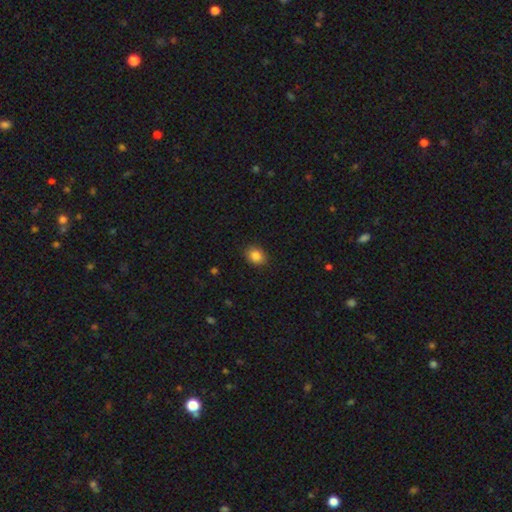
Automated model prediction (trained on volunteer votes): Q: Smooth or featured?
A: smooth (85%); runner-up: star or artifact (10%)
Q: How rounded?
A: round (50%); runner-up: in between (49%)
Q: Merging?
A: none (89%); runner-up: minor disturbance (8%)